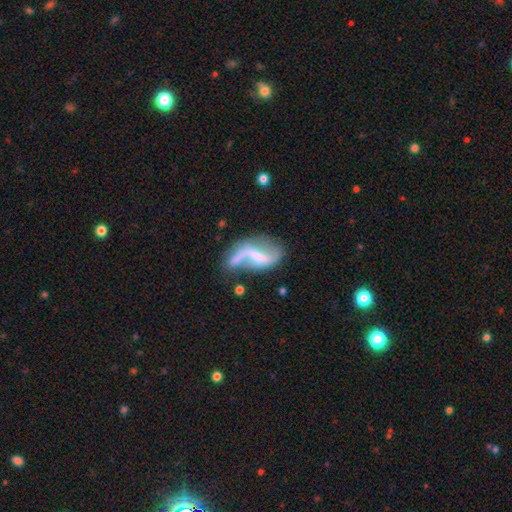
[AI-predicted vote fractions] Smooth or featured?
  - featured or disk: 75% *
  - smooth: 17%
  - star or artifact: 8%
Edge-on disk?
  - no: 94% *
  - yes: 6%
Bar?
  - strong: 41% *
  - weak: 36%
  - no: 22%
Spiral arms?
  - yes: 82% *
  - no: 18%
Spiral winding?
  - loose: 81% *
  - medium: 14%
  - tight: 5%
Spiral arm count?
  - 2: 77% *
  - 1: 15%
  - can't tell: 5%
  - 3: 1%
  - 4: 1%
  - more than 4: 1%
Bulge size?
  - small: 38% *
  - none: 33%
  - moderate: 22%
  - large: 4%
  - dominant: 2%
Merging?
  - none: 42% *
  - minor disturbance: 23%
  - major disturbance: 22%
  - merger: 13%